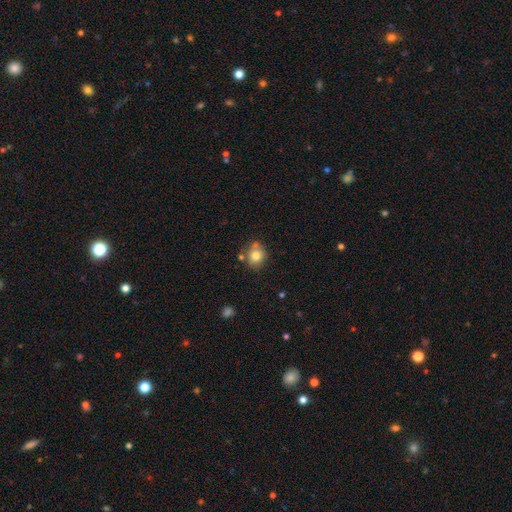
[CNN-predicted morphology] smooth_or_featured: smooth (p=0.77) [alt: featured or disk p=0.12]
how_rounded: round (p=0.77) [alt: in between p=0.22]
merging: none (p=0.66) [alt: merger p=0.15]